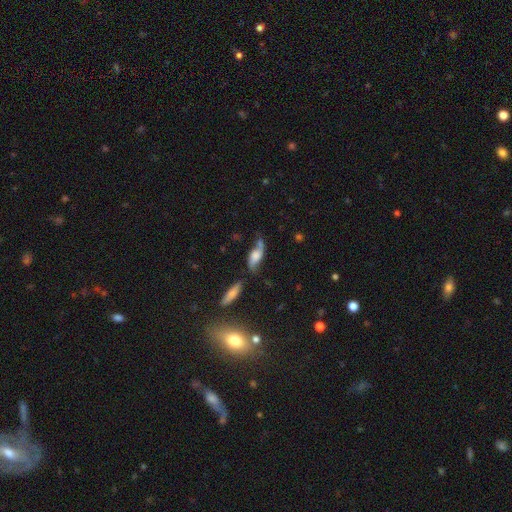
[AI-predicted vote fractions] This appears to be a featured or disk galaxy (64%) with no bar (63%), spiral arms (90%) and a large central bulge (34%). Merging: none (53%).